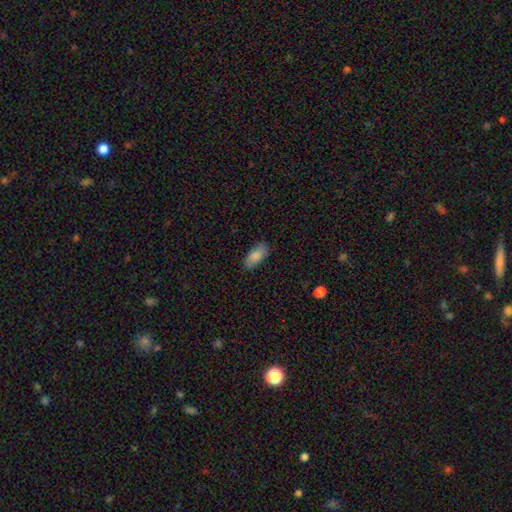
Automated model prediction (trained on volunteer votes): A smooth galaxy with no disk features (87%) that is in between round and cigar-shaped (88%).

Vote fractions:
- Smooth or featured? smooth: 87% / featured or disk: 7% / star or artifact: 7%
- How rounded? in between: 88% / cigar-shaped: 10% / round: 2%
- Merging? none: 83% / minor disturbance: 13% / major disturbance: 3% / merger: 1%